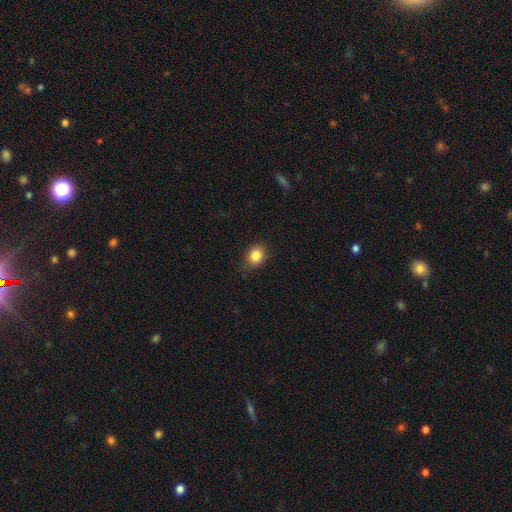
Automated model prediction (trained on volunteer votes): smooth_or_featured: smooth (p=0.85) [alt: star or artifact p=0.10]
how_rounded: round (p=0.56) [alt: in between p=0.43]
merging: none (p=0.80) [alt: minor disturbance p=0.16]